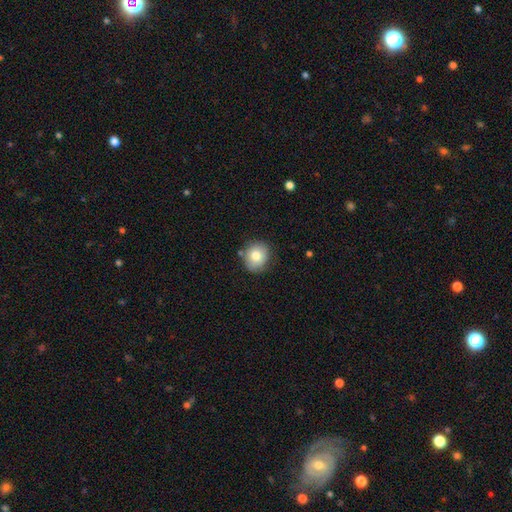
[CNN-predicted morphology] A smooth galaxy with no disk features (78%) that is round (81%).

Vote fractions:
- Smooth or featured? smooth: 78% / featured or disk: 13% / star or artifact: 9%
- How rounded? round: 81% / in between: 18% / cigar-shaped: 1%
- Merging? none: 79% / minor disturbance: 14% / merger: 4% / major disturbance: 3%